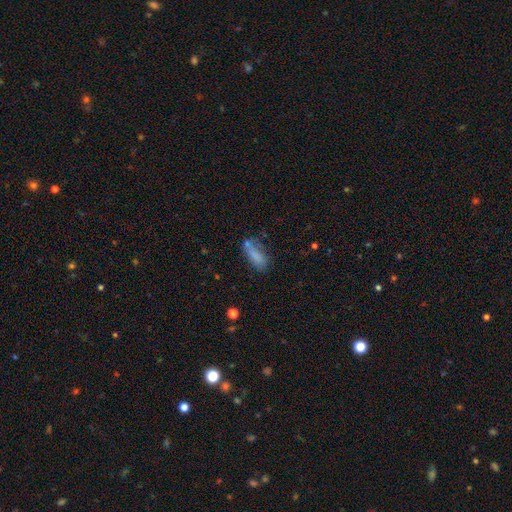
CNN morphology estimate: type=smooth (79%); roundness=in between (66%); merging=none (53%).